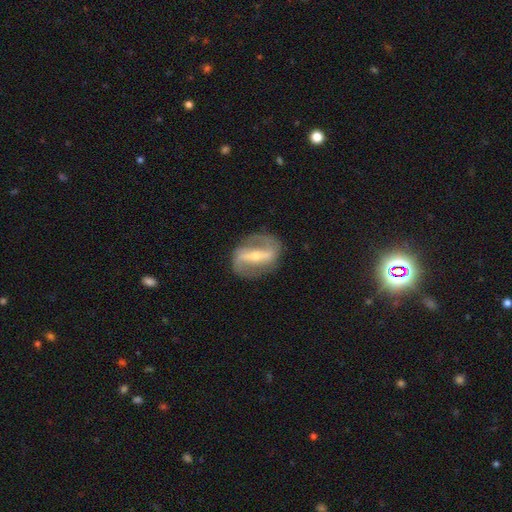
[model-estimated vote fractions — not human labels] Morphology: type=featured or disk (85%); edge-on=no (91%); bar=strong (74%); spiral arms=yes (82%); winding=medium (41%); arm count=2 (88%); bulge=small (55%); merging=none (80%).